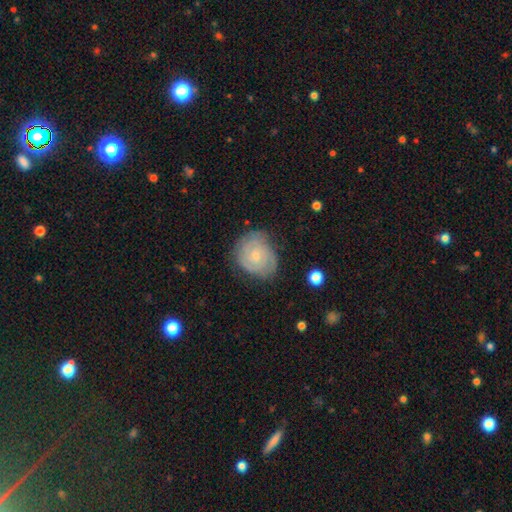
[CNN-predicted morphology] Smooth or featured?
  - featured or disk: 76% *
  - smooth: 17%
  - star or artifact: 6%
Edge-on disk?
  - no: 98% *
  - yes: 2%
Bar?
  - no: 71% *
  - weak: 25%
  - strong: 4%
Spiral arms?
  - yes: 94% *
  - no: 6%
Spiral winding?
  - tight: 77% *
  - medium: 19%
  - loose: 4%
Spiral arm count?
  - 2: 46% *
  - can't tell: 26%
  - 3: 16%
  - 4: 5%
  - 1: 4%
  - more than 4: 4%
Bulge size?
  - small: 72% *
  - moderate: 22%
  - none: 3%
  - large: 1%
  - dominant: 1%
Merging?
  - none: 76% *
  - minor disturbance: 18%
  - major disturbance: 5%
  - merger: 1%